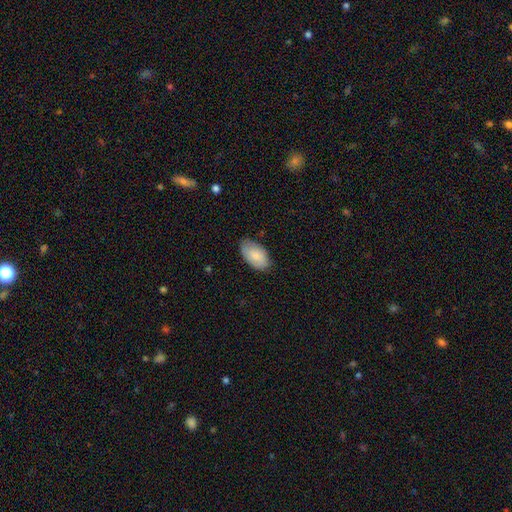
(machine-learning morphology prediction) A smooth galaxy with no disk features (83%) that is in between round and cigar-shaped (95%). Merging: none (75%).